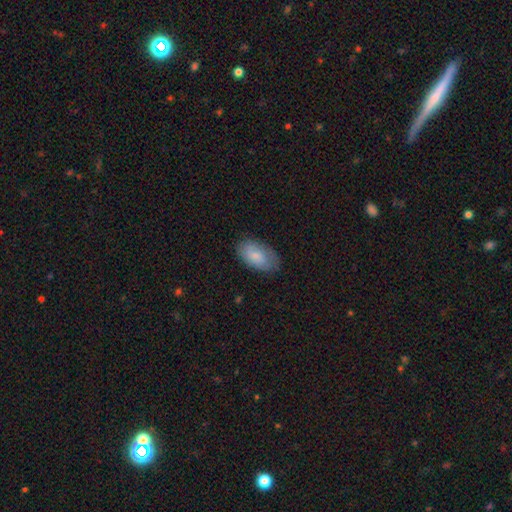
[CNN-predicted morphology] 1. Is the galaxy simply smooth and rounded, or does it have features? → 79% smooth, 15% featured or disk, 6% star or artifact.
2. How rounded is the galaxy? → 94% in between, 3% round, 2% cigar-shaped.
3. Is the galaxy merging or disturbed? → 77% none, 18% minor disturbance, 4% major disturbance, 1% merger.